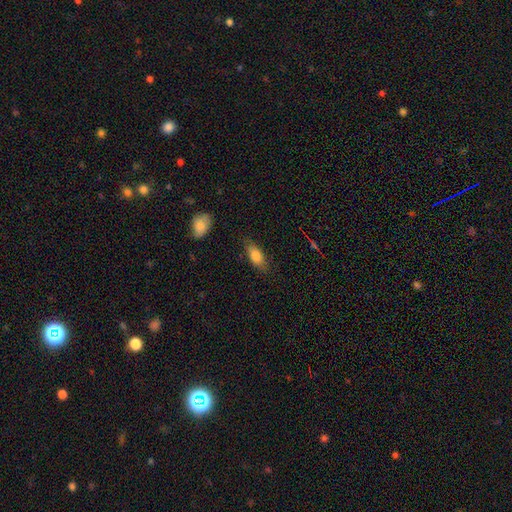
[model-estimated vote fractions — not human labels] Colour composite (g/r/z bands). It shows a smooth galaxy with no disk features (80%) that is in between round and cigar-shaped (78%). Merging: none (77%).